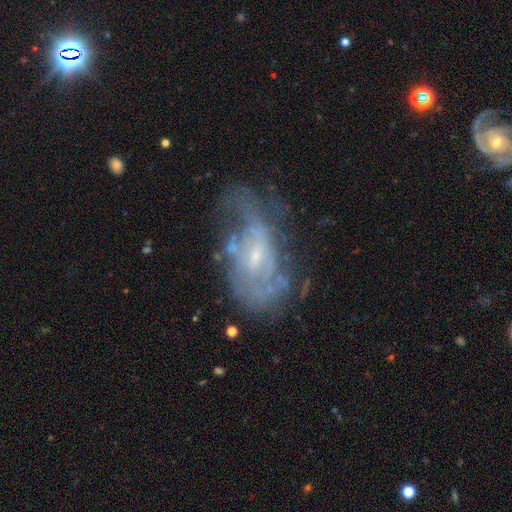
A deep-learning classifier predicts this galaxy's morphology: featured or disk 73%, smooth 17%, star or artifact 10%. Down the decision tree: edge-on disk — no (95%); bar — no (51%); spiral arms — yes (63%); bulge size — small (67%); merging — none (39%).